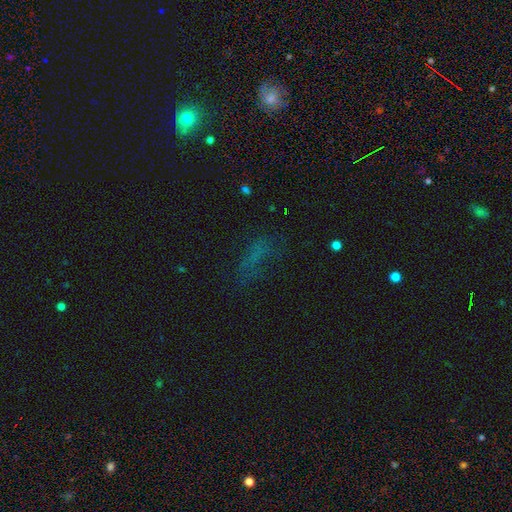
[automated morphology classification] The model was most divided on "smooth or featured": smooth: 43%, star or artifact: 37%, featured or disk: 20%. More confident: merging — none (53%).